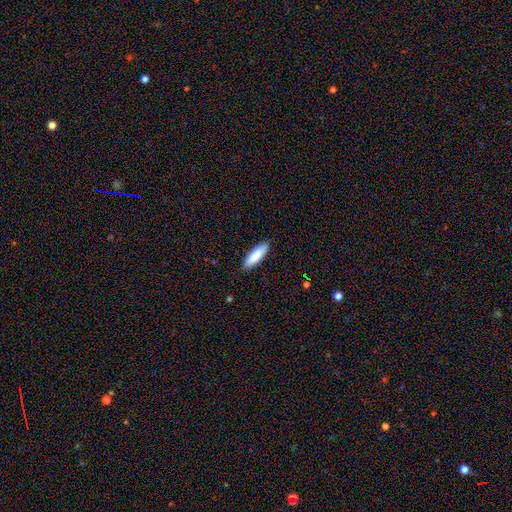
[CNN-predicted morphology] smooth 84%, featured or disk 11%, star or artifact 5%. Down the decision tree: how rounded — cigar-shaped (53%); merging — none (88%).